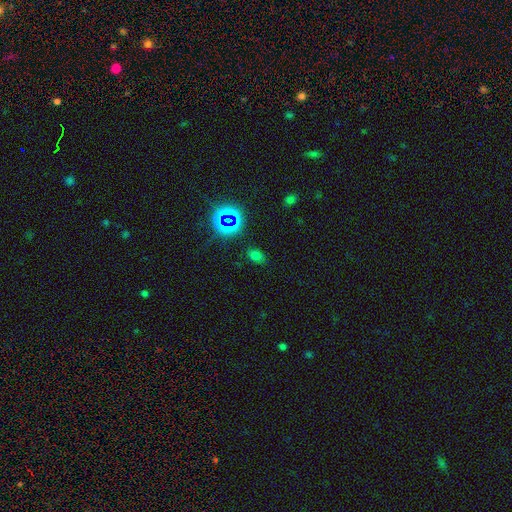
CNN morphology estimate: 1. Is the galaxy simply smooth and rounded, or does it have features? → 61% smooth, 32% star or artifact, 7% featured or disk.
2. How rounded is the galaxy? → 75% in between, 23% round, 2% cigar-shaped.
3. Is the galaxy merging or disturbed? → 83% none, 11% minor disturbance, 4% major disturbance, 2% merger.